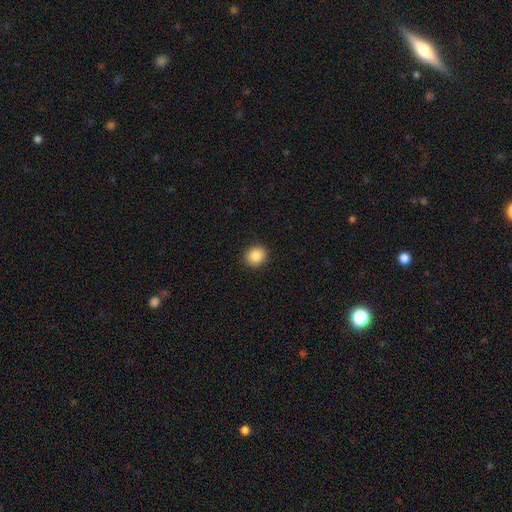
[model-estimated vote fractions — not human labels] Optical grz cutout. It shows a smooth galaxy with no disk features (87%) that is round (81%). Merging: none (92%).